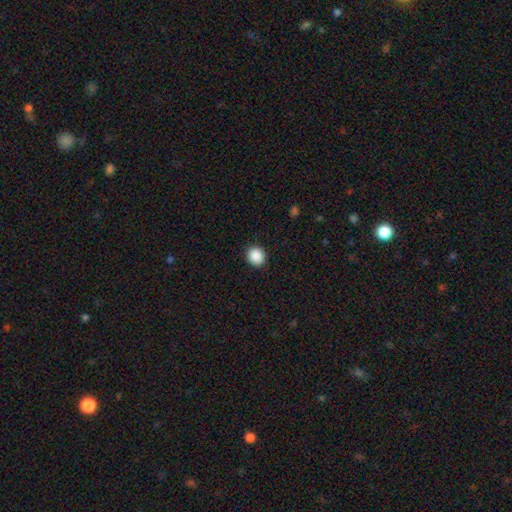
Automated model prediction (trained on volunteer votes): smooth_or_featured: smooth (p=0.89) [alt: star or artifact p=0.09]
how_rounded: round (p=0.85) [alt: in between p=0.14]
merging: none (p=0.91) [alt: minor disturbance p=0.06]